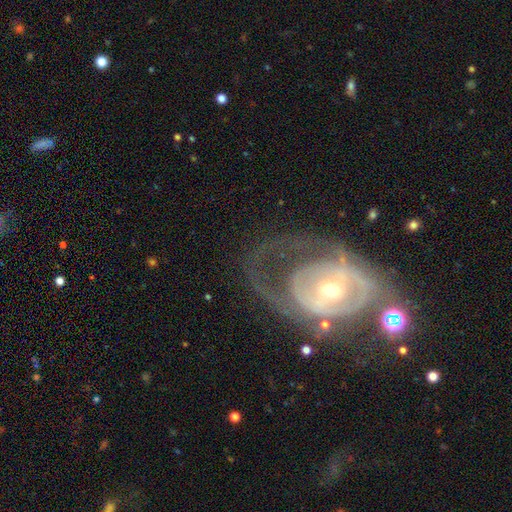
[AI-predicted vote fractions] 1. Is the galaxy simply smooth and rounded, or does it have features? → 80% featured or disk, 11% smooth, 8% star or artifact.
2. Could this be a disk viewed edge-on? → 95% no, 5% yes.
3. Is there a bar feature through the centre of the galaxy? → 50% no, 30% weak, 19% strong.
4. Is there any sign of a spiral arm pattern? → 71% yes, 29% no.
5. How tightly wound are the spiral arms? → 54% tight, 32% medium, 14% loose.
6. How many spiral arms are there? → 38% 2 (tied), 38% can't tell (tied), 9% 1, 8% 3, 4% 4, 3% more than 4.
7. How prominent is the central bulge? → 52% small, 42% moderate, 3% large, 1% none, 1% dominant.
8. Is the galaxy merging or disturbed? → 47% none, 27% major disturbance, 19% minor disturbance, 8% merger.